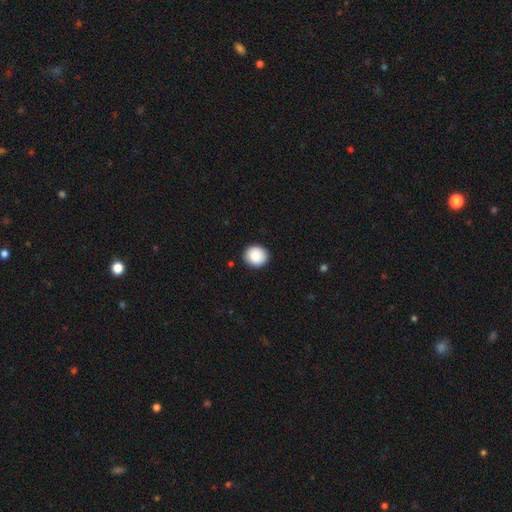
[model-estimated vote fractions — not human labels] smooth 88%, star or artifact 8%, featured or disk 4%. Down the decision tree: how rounded — round (90%); merging — none (91%).